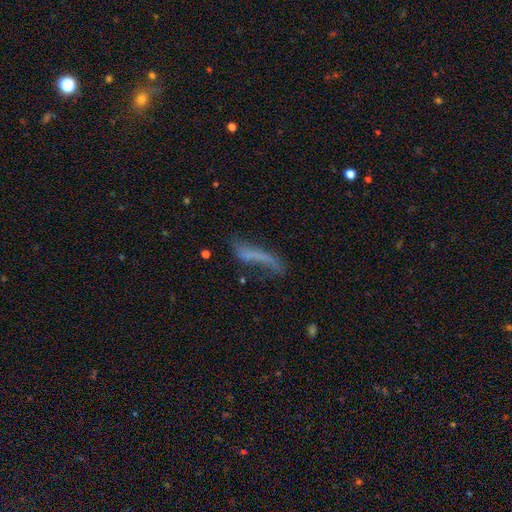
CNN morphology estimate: Smooth or featured? Predicted: smooth (p=0.45). Merging? Predicted: none (p=0.39).